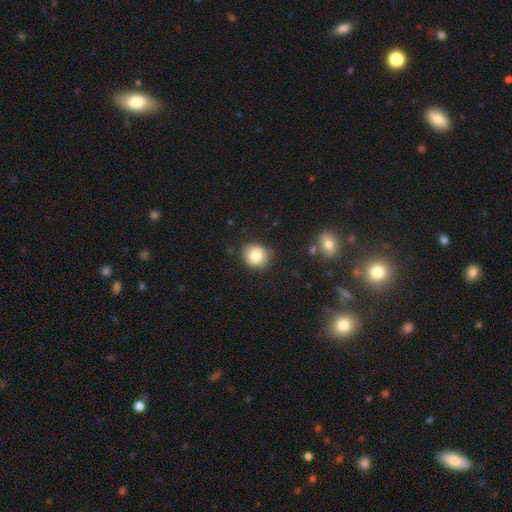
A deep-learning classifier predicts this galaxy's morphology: This appears to be a smooth galaxy with no disk features (81%) that is round (79%). Merging: none (79%).